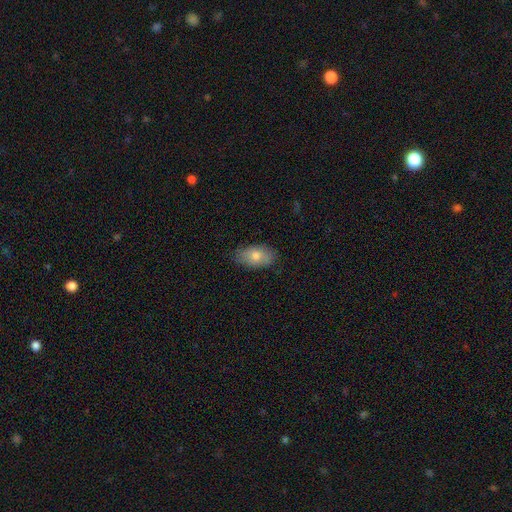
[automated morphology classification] Smooth or featured?
  - smooth: 70% *
  - featured or disk: 22%
  - star or artifact: 8%
How rounded?
  - in between: 91% *
  - round: 6%
  - cigar-shaped: 3%
Merging?
  - none: 79% *
  - minor disturbance: 17%
  - major disturbance: 3%
  - merger: 1%